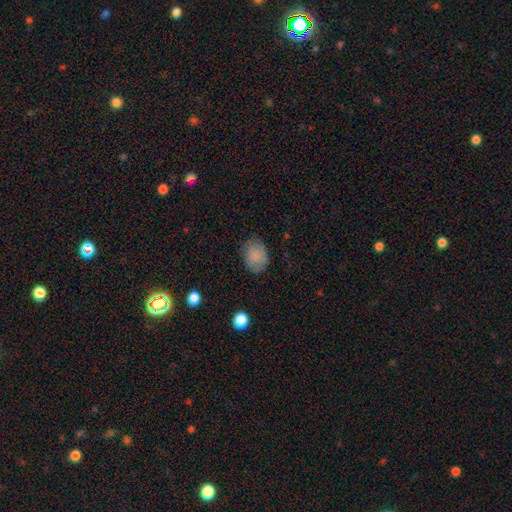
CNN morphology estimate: Overall: smooth (85%). How rounded: in between (65%; round 34%). Merging: none (77%).